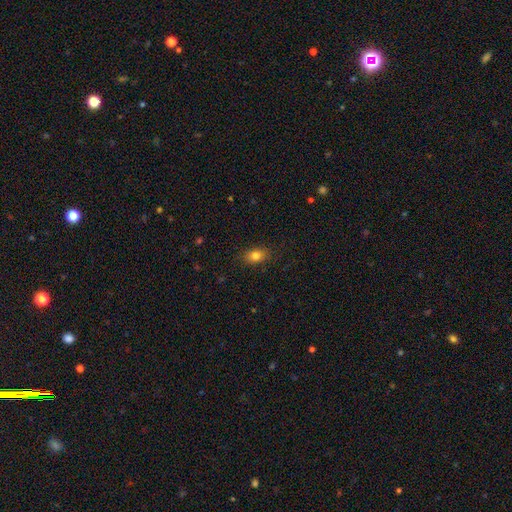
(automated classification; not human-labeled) smooth-or-featured: smooth: 81% | star or artifact: 10% | featured or disk: 9%
  how-rounded: in between: 77% | round: 21% | cigar-shaped: 2%
  merging: none: 86% | minor disturbance: 10% | major disturbance: 2% | merger: 1%